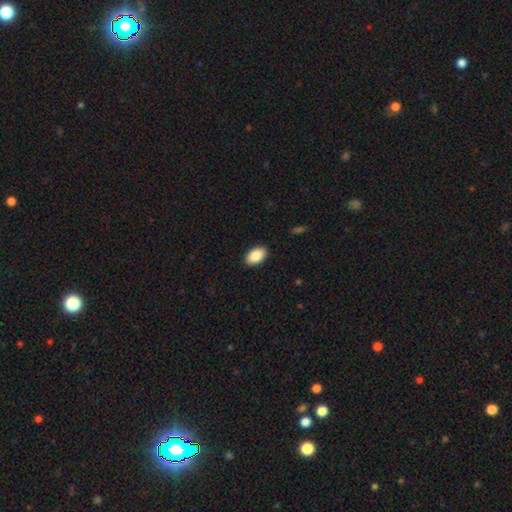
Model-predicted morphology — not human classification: smooth 87%, star or artifact 7%, featured or disk 7%. Down the decision tree: how rounded — in between (92%); merging — none (90%).